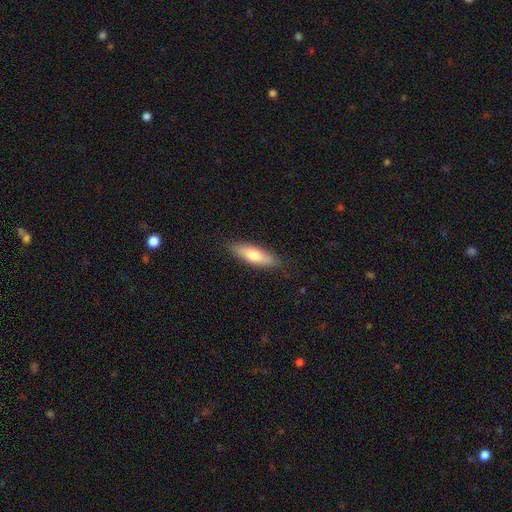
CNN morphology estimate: Q: Smooth or featured?
A: smooth (69%); runner-up: featured or disk (25%)
Q: How rounded?
A: cigar-shaped (54%); runner-up: in between (44%)
Q: Merging?
A: none (85%); runner-up: minor disturbance (11%)